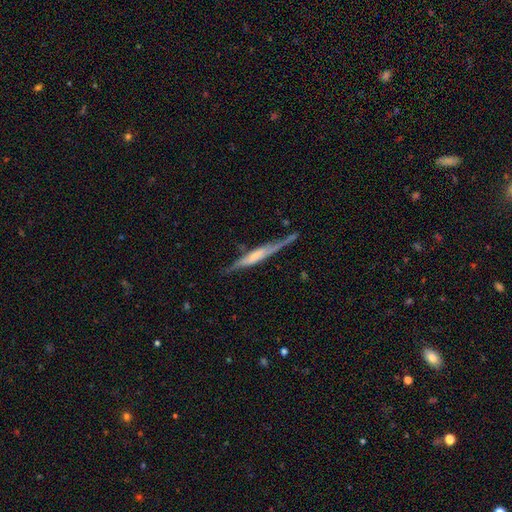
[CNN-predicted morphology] A featured or disk galaxy (66%) viewed edge-on (92%) with a boxy central bulge (44%). Merging: none (67%).